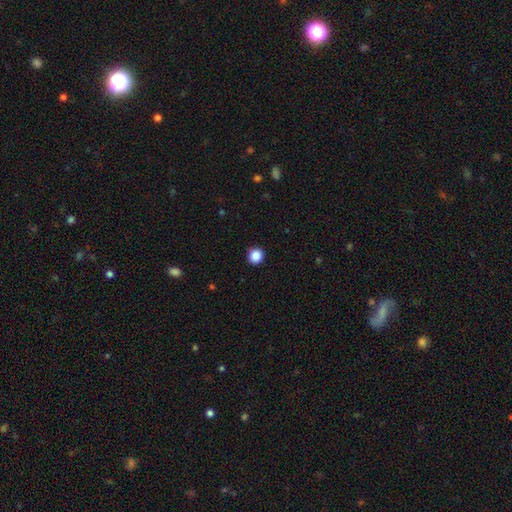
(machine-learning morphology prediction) type=smooth (88%); roundness=round (91%); merging=none (92%).